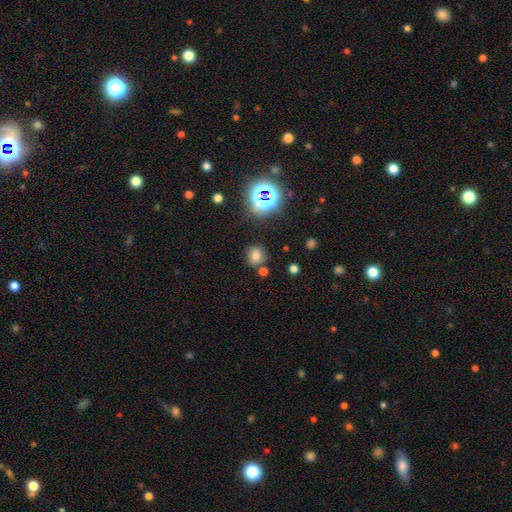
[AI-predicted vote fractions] A smooth galaxy with no disk features (67%) that is round (74%).

Vote fractions:
- Smooth or featured? smooth: 67% / star or artifact: 24% / featured or disk: 9%
- How rounded? round: 74% / in between: 25% / cigar-shaped: 1%
- Merging? none: 76% / minor disturbance: 12% / merger: 8% / major disturbance: 4%